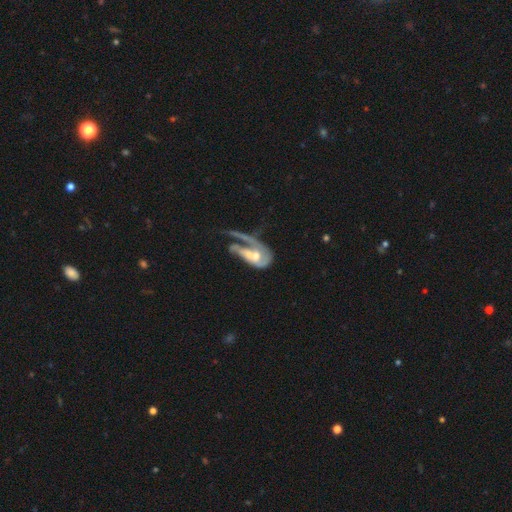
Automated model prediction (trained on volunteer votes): Smooth or featured? Predicted: featured or disk (p=0.67). Edge-on disk? Predicted: no (p=0.94). Bar? Predicted: no (p=0.66). Spiral arms? Predicted: yes (p=0.60). Bulge size? Predicted: moderate (p=0.60). Merging? Predicted: merger (p=0.39, tied with major disturbance).